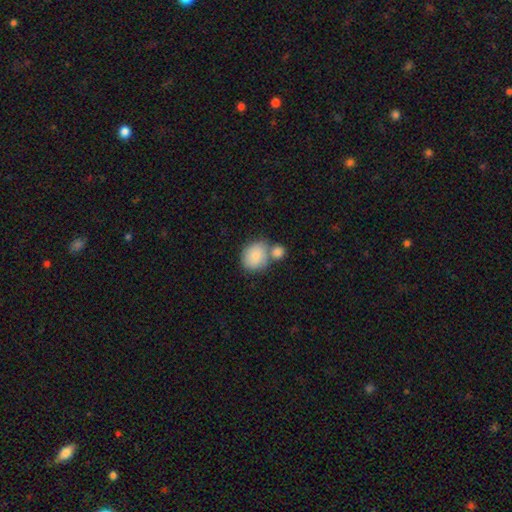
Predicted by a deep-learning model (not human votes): Morphology: type=smooth (82%); roundness=round (70%); merging=none (42%, tied with merger).